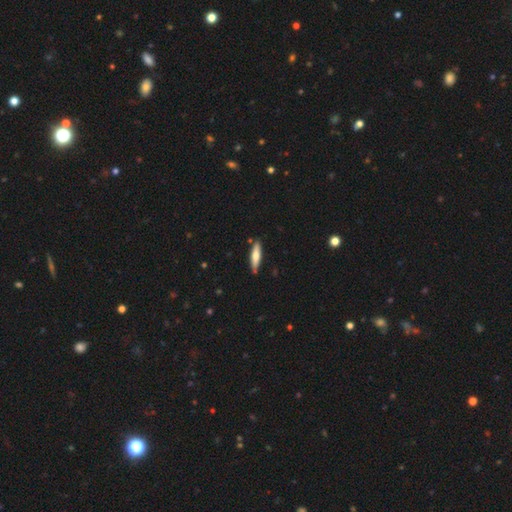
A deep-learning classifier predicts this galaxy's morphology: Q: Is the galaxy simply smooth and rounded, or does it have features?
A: smooth — 63%.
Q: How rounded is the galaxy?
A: cigar-shaped — 73%.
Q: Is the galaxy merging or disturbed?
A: none — 84%.